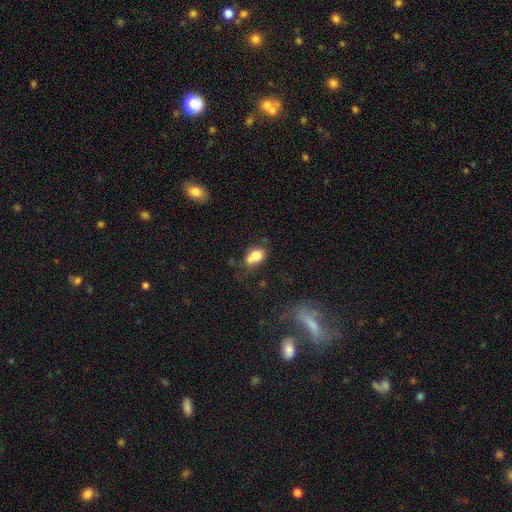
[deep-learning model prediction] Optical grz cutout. It shows a smooth galaxy with no disk features (76%) that is in between round and cigar-shaped (60%). Merging: none (44%).